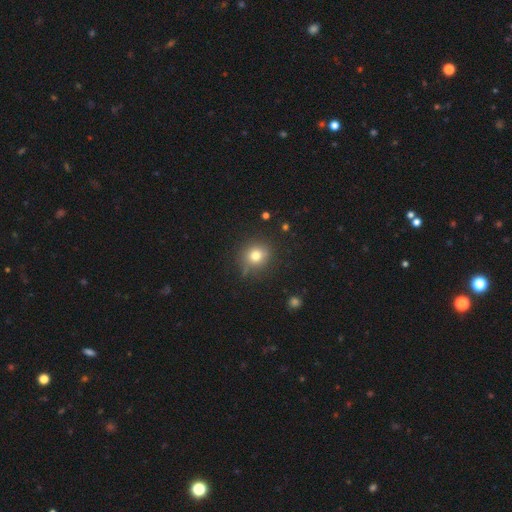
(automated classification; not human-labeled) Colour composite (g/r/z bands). It shows a smooth galaxy with no disk features (77%) that is round (87%). Merging: none (79%).